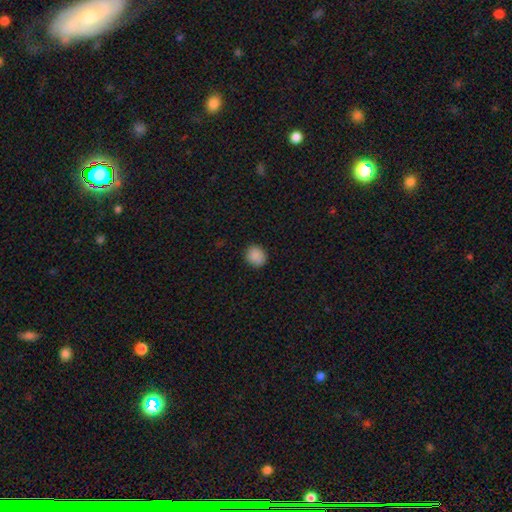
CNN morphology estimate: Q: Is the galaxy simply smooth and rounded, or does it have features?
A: smooth — 88%.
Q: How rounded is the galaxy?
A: round — 80%.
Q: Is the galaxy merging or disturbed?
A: none — 89%.